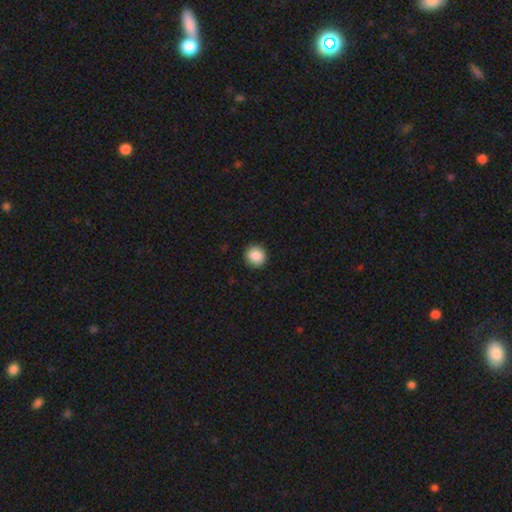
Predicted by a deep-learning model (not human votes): The model was most divided on "smooth or featured": smooth: 89%, star or artifact: 8%, featured or disk: 3%. More confident: merging — none (91%); how rounded — round (91%).